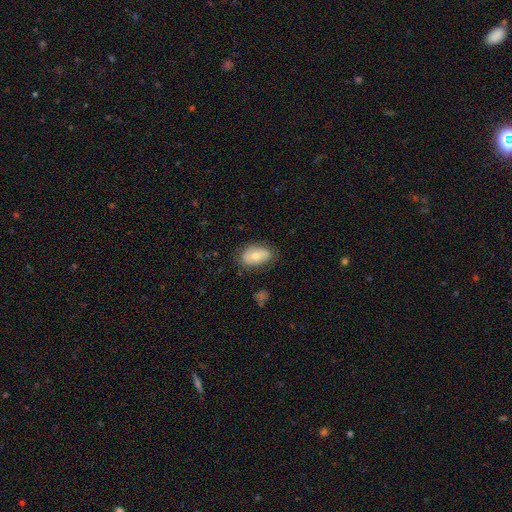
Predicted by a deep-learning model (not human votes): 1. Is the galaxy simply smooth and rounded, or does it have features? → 68% smooth, 26% featured or disk, 7% star or artifact.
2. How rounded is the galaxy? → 90% in between, 8% round, 2% cigar-shaped.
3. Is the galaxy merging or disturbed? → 71% none, 22% minor disturbance, 6% major disturbance, 2% merger.